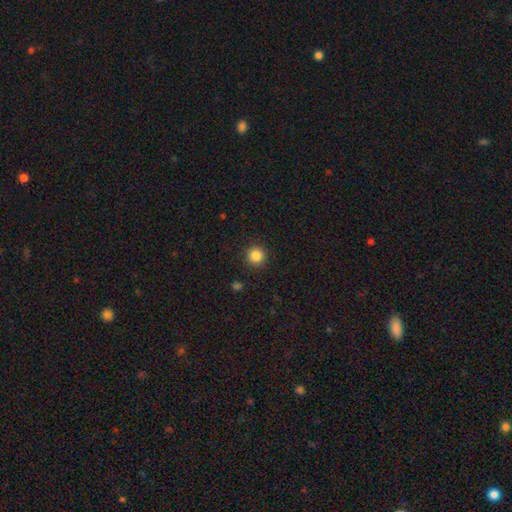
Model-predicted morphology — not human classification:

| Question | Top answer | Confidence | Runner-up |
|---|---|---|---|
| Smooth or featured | smooth | 85% | star or artifact (11%) |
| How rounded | round | 95% | in between (4%) |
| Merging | none | 92% | minor disturbance (5%) |